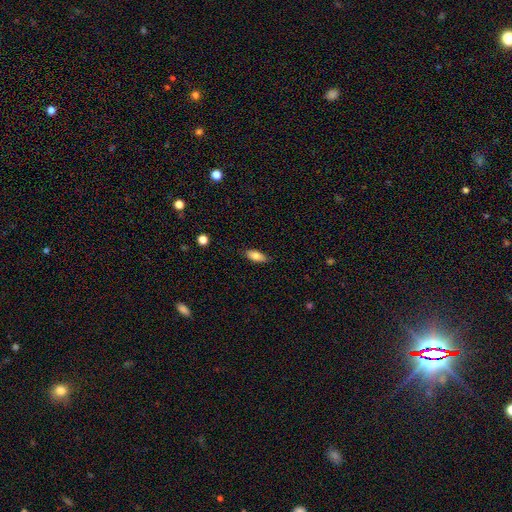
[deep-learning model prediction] This appears to be a smooth galaxy with no disk features (80%) that is in between round and cigar-shaped (82%). Merging: none (83%).